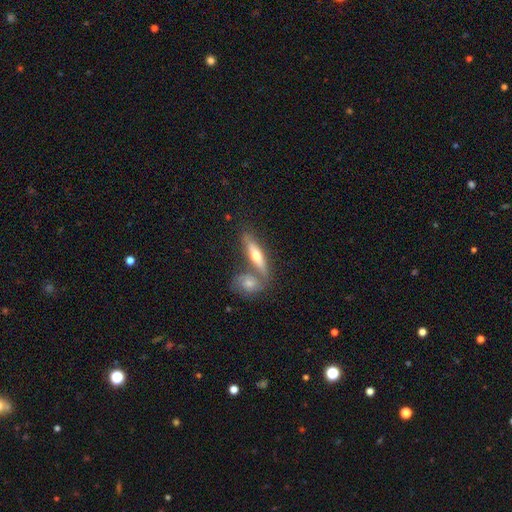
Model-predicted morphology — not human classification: A featured or disk galaxy (53%) viewed edge-on (77%).

Vote fractions:
- Smooth or featured? featured or disk: 53% / smooth: 41% / star or artifact: 5%
- Edge-on disk? yes: 77% / no: 23%
- Merging? none: 51% / merger: 34% / minor disturbance: 11% / major disturbance: 4%